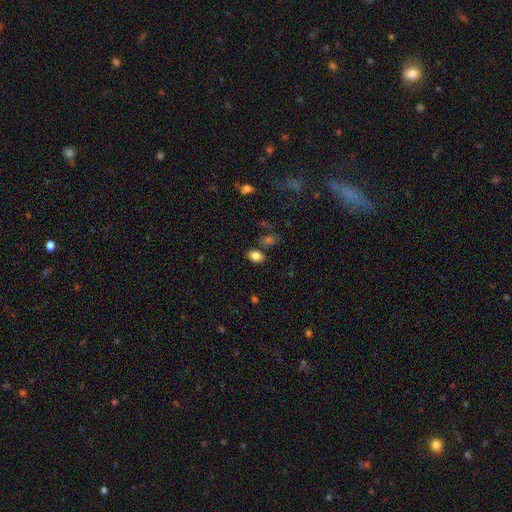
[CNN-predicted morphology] A smooth galaxy with no disk features (82%) that is in between round and cigar-shaped (78%). Merging: none (75%).